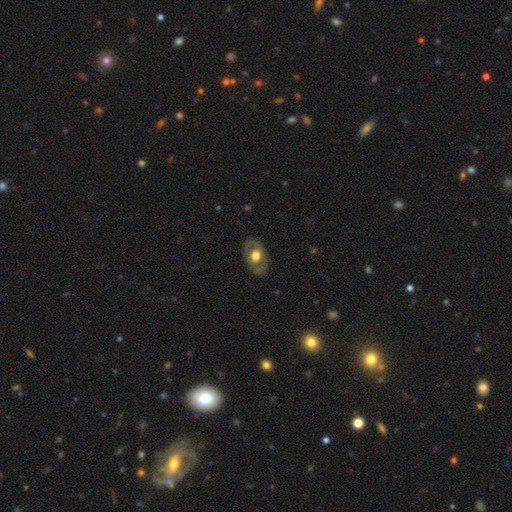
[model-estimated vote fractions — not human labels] Smooth or featured?
  - featured or disk: 55% *
  - smooth: 40%
  - star or artifact: 6%
Edge-on disk?
  - no: 91% *
  - yes: 9%
Merging?
  - none: 79% *
  - minor disturbance: 14%
  - major disturbance: 5%
  - merger: 1%